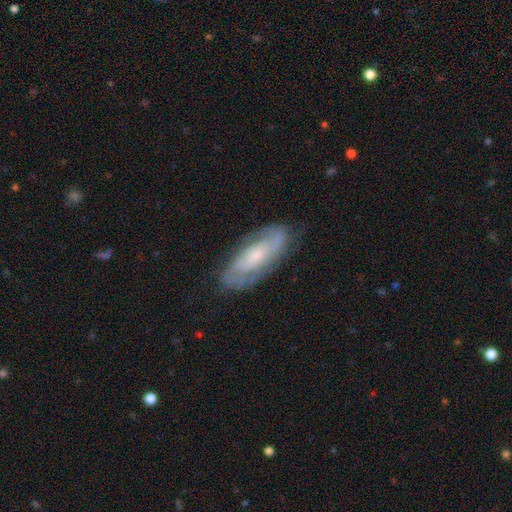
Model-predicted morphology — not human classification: A featured or disk galaxy (73%) with no bar (57%), 2 (63%) tight (47%) spiral arms (88%) and a small central bulge (48%). Merging: none (77%).